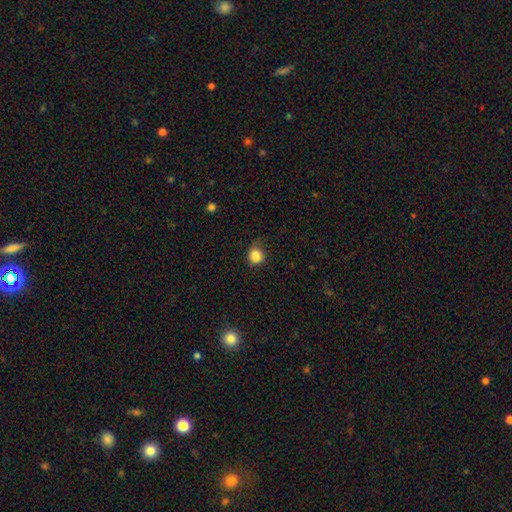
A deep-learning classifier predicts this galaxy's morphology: Smooth or featured?
  - smooth: 86% *
  - star or artifact: 10%
  - featured or disk: 4%
How rounded?
  - round: 79% *
  - in between: 20%
  - cigar-shaped: 1%
Merging?
  - none: 61% *
  - minor disturbance: 28%
  - major disturbance: 9%
  - merger: 2%